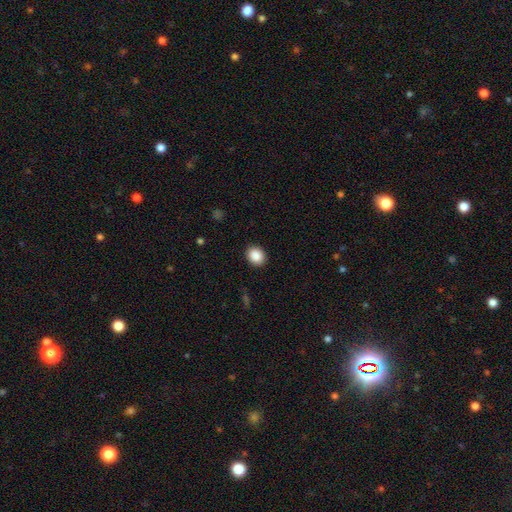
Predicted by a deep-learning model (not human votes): Smooth or featured?
  - smooth: 89% *
  - star or artifact: 8%
  - featured or disk: 3%
How rounded?
  - round: 62% *
  - in between: 37%
  - cigar-shaped: 1%
Merging?
  - none: 90% *
  - minor disturbance: 7%
  - major disturbance: 2%
  - merger: 1%